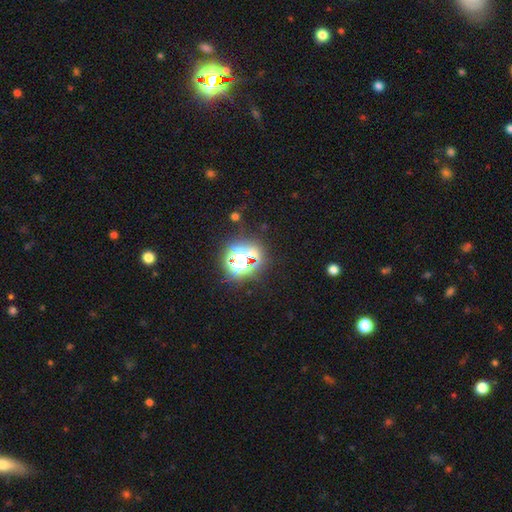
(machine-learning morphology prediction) This is likely a star or artifact rather than a galaxy (76%).